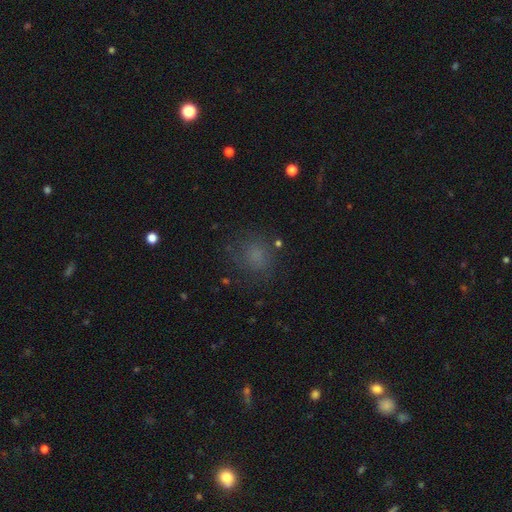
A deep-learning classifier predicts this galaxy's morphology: type=smooth (68%); roundness=round (80%); merging=none (73%).